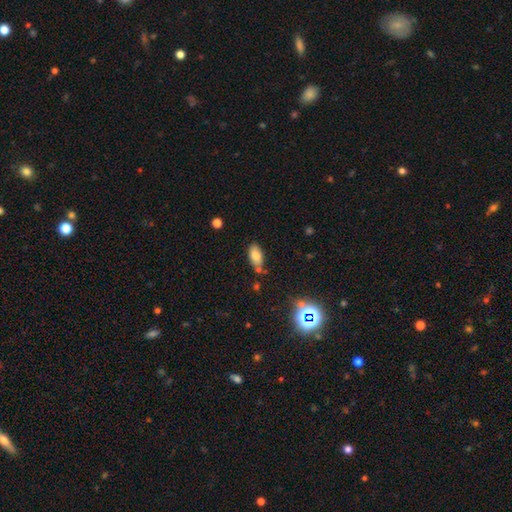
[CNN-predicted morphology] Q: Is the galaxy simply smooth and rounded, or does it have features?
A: smooth — 82%.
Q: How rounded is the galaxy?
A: in between — 92%.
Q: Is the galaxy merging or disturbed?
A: none — 69%.